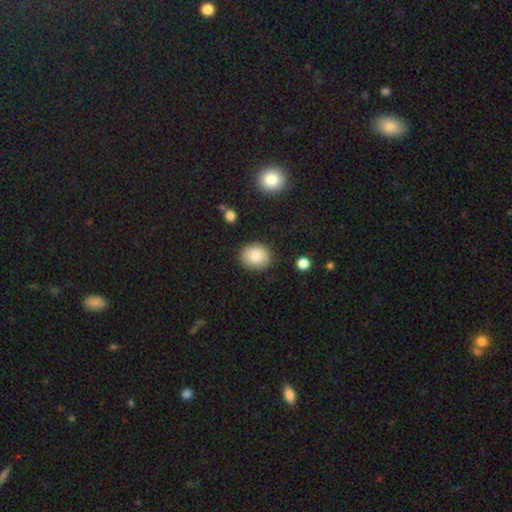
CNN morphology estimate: Smooth or featured? smooth (86%)
How rounded? round (66%)
Merging? none (85%)